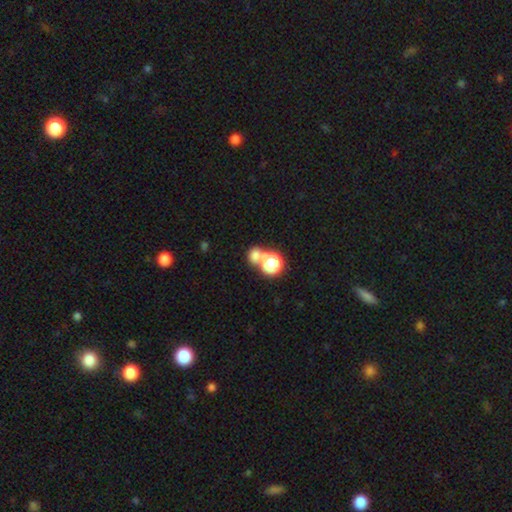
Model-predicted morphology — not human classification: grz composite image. It shows a smooth galaxy with no disk features (67%) that is round (66%). Merging: merger (51%).